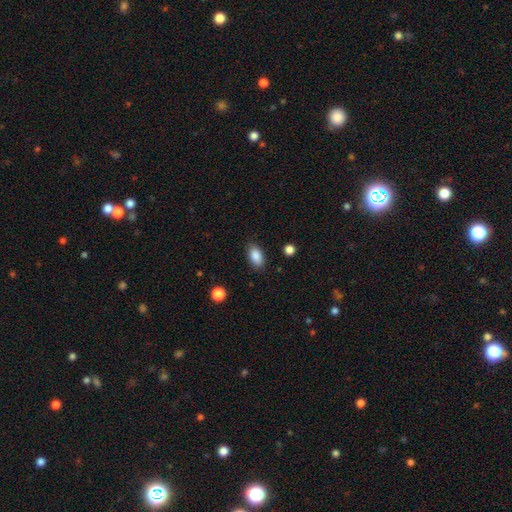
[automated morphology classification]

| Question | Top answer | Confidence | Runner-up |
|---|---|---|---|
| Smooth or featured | smooth | 87% | star or artifact (8%) |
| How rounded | in between | 91% | round (6%) |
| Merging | none | 86% | minor disturbance (10%) |